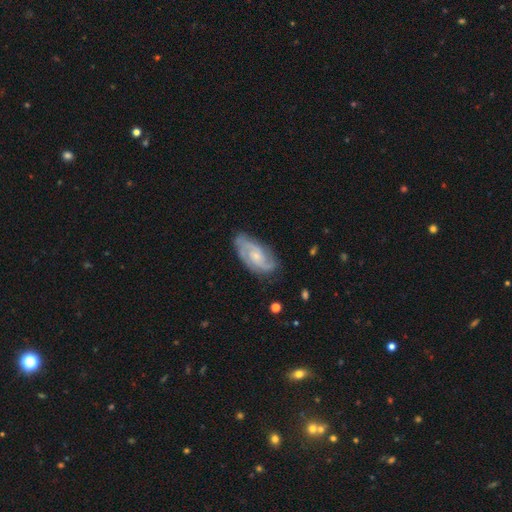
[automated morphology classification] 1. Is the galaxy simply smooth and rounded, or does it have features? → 82% featured or disk, 13% smooth, 5% star or artifact.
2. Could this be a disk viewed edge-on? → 96% no, 4% yes.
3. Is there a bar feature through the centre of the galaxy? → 63% no, 32% weak, 5% strong.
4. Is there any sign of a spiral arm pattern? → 96% yes, 4% no.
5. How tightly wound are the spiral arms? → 46% medium, 41% tight, 13% loose.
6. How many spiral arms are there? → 62% 2, 16% 3, 14% can't tell, 3% 1, 3% 4, 2% more than 4.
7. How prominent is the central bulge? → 64% small, 28% moderate, 6% none, 2% large, 1% dominant.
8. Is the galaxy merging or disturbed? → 73% none, 20% minor disturbance, 6% major disturbance, 1% merger.